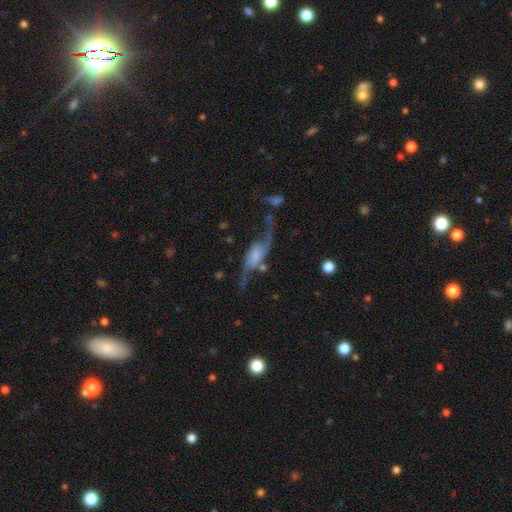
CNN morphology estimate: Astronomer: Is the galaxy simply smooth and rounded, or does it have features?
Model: featured or disk — 80%.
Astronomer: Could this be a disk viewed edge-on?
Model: no — 89%.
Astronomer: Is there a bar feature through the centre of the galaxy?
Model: no — 52% (runner-up: weak, 33%).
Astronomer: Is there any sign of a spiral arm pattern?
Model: yes — 94%.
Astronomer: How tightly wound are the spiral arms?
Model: loose — 90%.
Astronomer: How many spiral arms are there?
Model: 2 — 92%.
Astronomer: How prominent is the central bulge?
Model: none — 39% (runner-up: small, 28%).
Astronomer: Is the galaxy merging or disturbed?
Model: none — 49%.